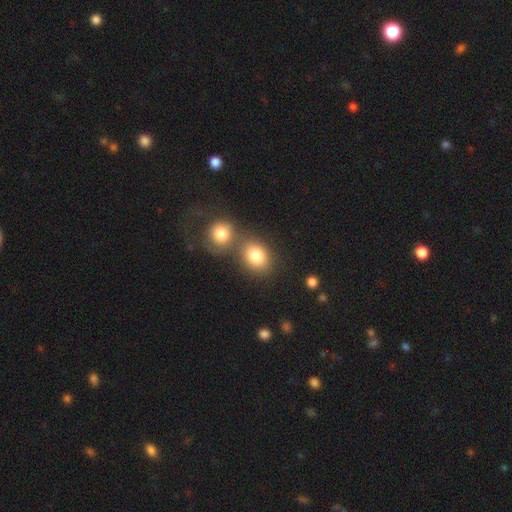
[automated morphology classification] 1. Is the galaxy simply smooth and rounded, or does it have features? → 81% smooth, 10% star or artifact, 9% featured or disk.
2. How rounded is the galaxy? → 52% round, 47% in between, 1% cigar-shaped.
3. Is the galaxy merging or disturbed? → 48% none, 40% merger, 9% minor disturbance, 4% major disturbance.